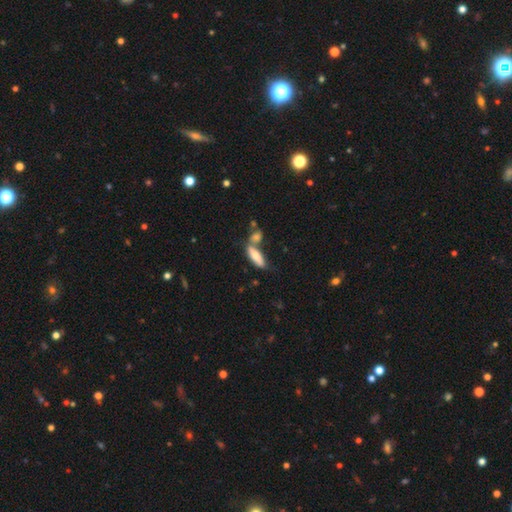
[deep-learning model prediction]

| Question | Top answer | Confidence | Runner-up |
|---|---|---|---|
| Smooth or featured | smooth | 74% | featured or disk (19%) |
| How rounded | in between | 61% | cigar-shaped (37%) |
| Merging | none | 42% | merger (38%) |